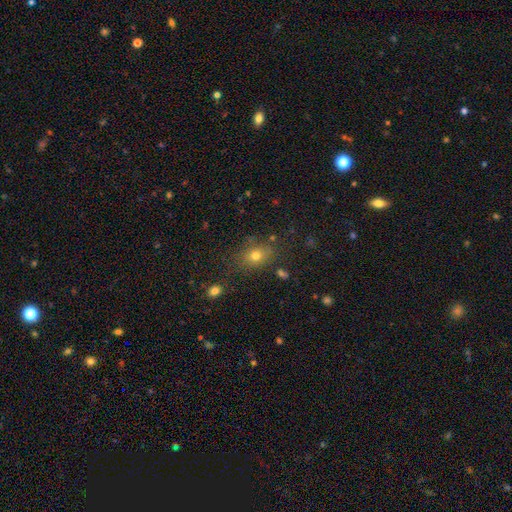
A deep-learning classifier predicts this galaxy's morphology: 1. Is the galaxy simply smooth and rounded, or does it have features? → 73% smooth, 16% star or artifact, 11% featured or disk.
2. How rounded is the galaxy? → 57% in between, 41% round, 2% cigar-shaped.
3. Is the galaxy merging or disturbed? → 75% none, 15% minor disturbance, 5% major disturbance, 4% merger.